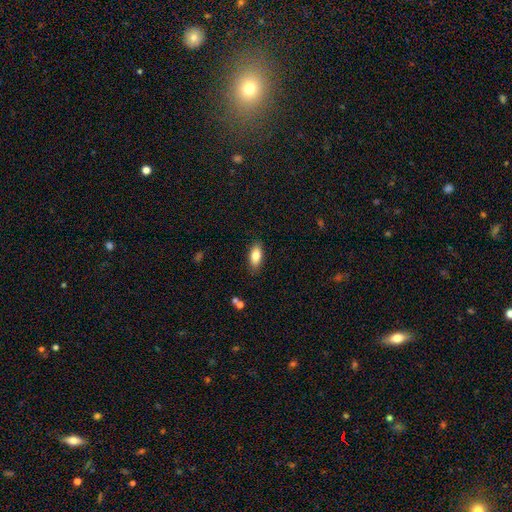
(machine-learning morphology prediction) smooth_or_featured: smooth (p=0.83) [alt: featured or disk p=0.10]
how_rounded: in between (p=0.85) [alt: cigar-shaped p=0.13]
merging: none (p=0.86) [alt: minor disturbance p=0.10]